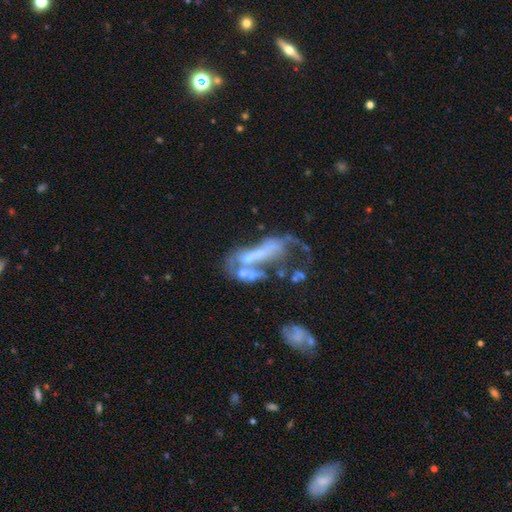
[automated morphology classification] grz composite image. It shows a featured or disk galaxy (62%) with no bar (67%), no spiral arms (75%) and no central bulge (50%). Merging: merger (40%).